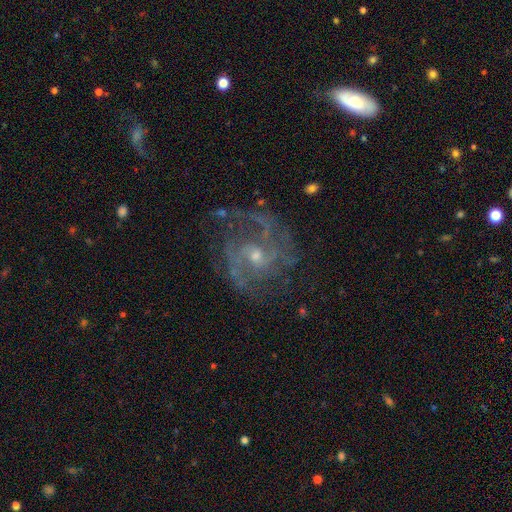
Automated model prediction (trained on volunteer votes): Morphology: type=featured or disk (86%); edge-on=no (97%); bar=no (51%); spiral arms=yes (96%); winding=medium (51%); arm count=2 (56%); bulge=small (61%); merging=none (72%).